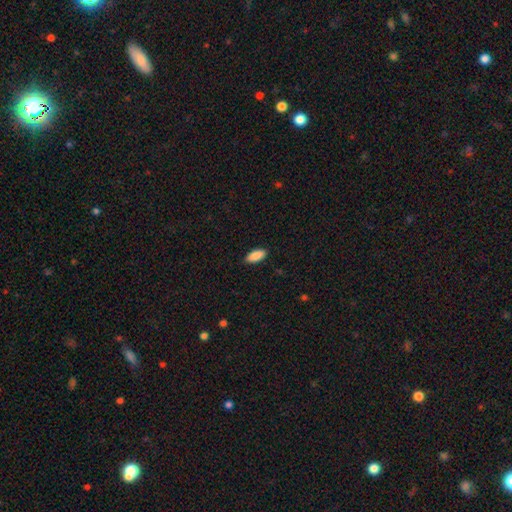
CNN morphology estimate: A smooth galaxy with no disk features (89%) that is in between round and cigar-shaped (88%).

Vote fractions:
- Smooth or featured? smooth: 89% / star or artifact: 6% / featured or disk: 4%
- How rounded? in between: 88% / cigar-shaped: 10% / round: 2%
- Merging? none: 88% / minor disturbance: 10% / major disturbance: 2% / merger: 1%